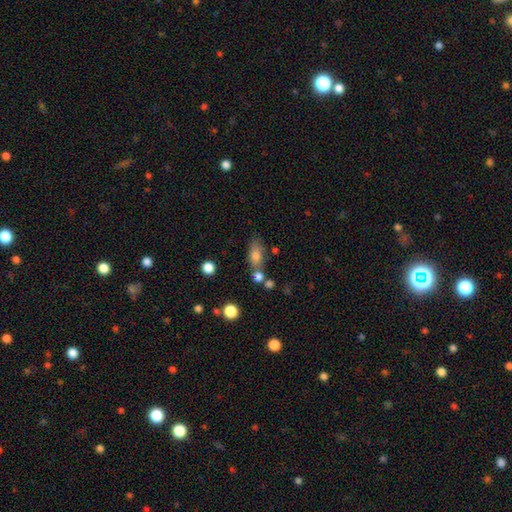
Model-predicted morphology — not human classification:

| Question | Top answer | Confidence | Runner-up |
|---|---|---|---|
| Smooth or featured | smooth | 75% | featured or disk (15%) |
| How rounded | in between | 76% | cigar-shaped (13%) |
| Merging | none | 57% | merger (21%) |